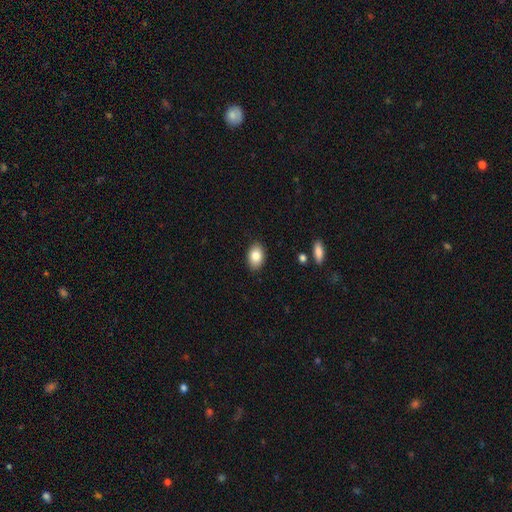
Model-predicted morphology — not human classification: A smooth galaxy with no disk features (84%) that is in between round and cigar-shaped (86%).

Vote fractions:
- Smooth or featured? smooth: 84% / featured or disk: 8% / star or artifact: 8%
- How rounded? in between: 86% / round: 13% / cigar-shaped: 1%
- Merging? none: 88% / minor disturbance: 9% / major disturbance: 2% / merger: 1%